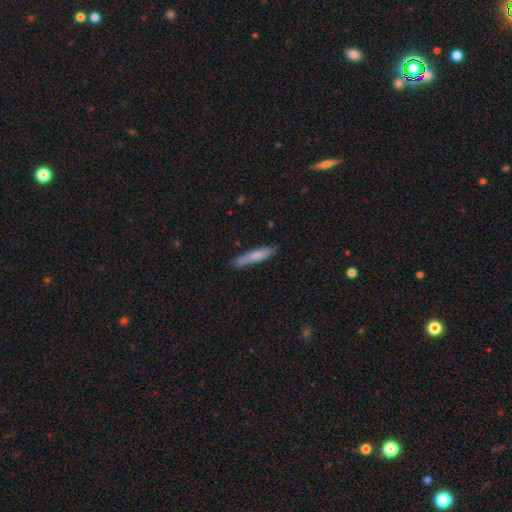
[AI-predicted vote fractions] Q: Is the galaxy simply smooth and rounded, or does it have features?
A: smooth — 72%.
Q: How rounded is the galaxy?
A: cigar-shaped — 91%.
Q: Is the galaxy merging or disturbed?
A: none — 82%.